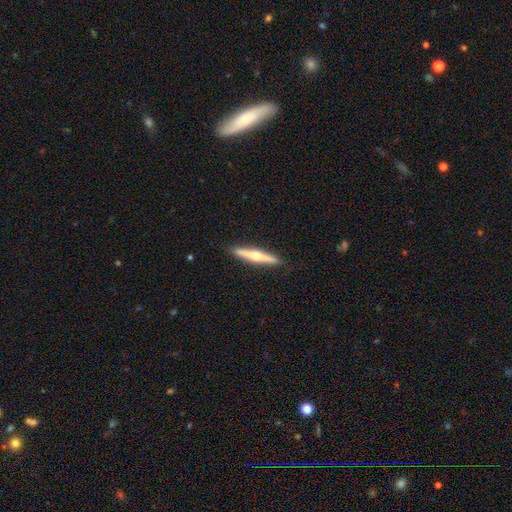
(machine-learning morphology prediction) Smooth or featured? Predicted: featured or disk (p=0.58). Edge-on disk? Predicted: yes (p=0.97). Edge-on bulge? Predicted: rounded (p=0.88). Merging? Predicted: none (p=0.90).